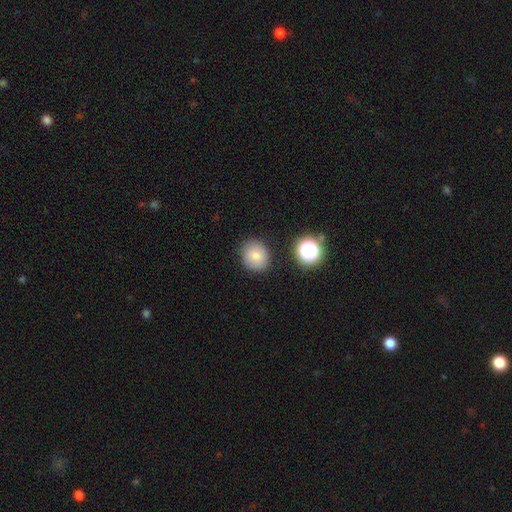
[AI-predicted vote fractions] Smooth or featured?
  - smooth: 80% *
  - star or artifact: 11%
  - featured or disk: 9%
How rounded?
  - round: 72% *
  - in between: 27%
  - cigar-shaped: 1%
Merging?
  - none: 83% *
  - minor disturbance: 11%
  - major disturbance: 3%
  - merger: 3%